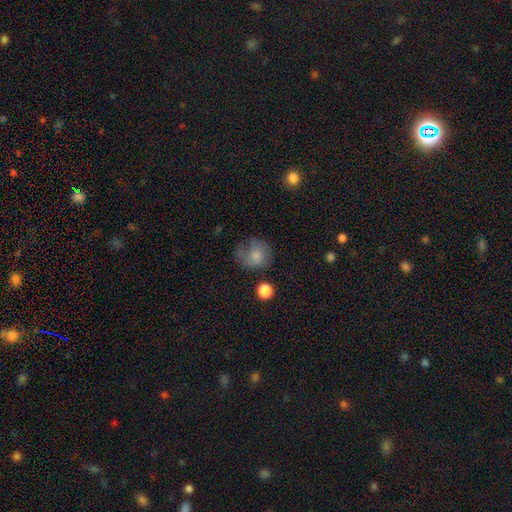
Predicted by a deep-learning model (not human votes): The model was most divided on "merging": none: 53%, minor disturbance: 26%, major disturbance: 17%, merger: 4%. More confident: how rounded — round (77%); smooth or featured — smooth (73%).